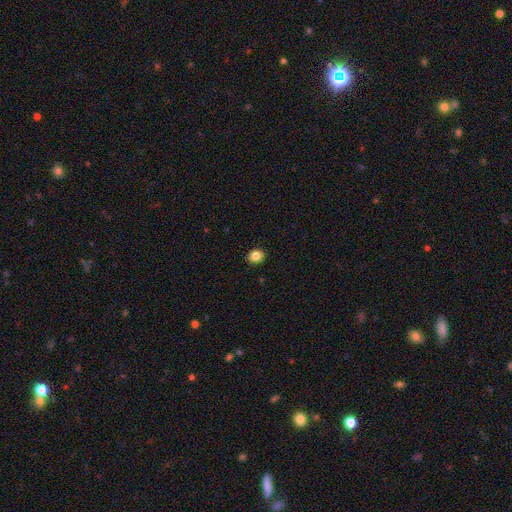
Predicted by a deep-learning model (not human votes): A smooth galaxy with no disk features (83%) that is round (67%).

Vote fractions:
- Smooth or featured? smooth: 83% / star or artifact: 10% / featured or disk: 6%
- How rounded? round: 67% / in between: 32% / cigar-shaped: 1%
- Merging? none: 89% / minor disturbance: 8% / major disturbance: 2% / merger: 1%